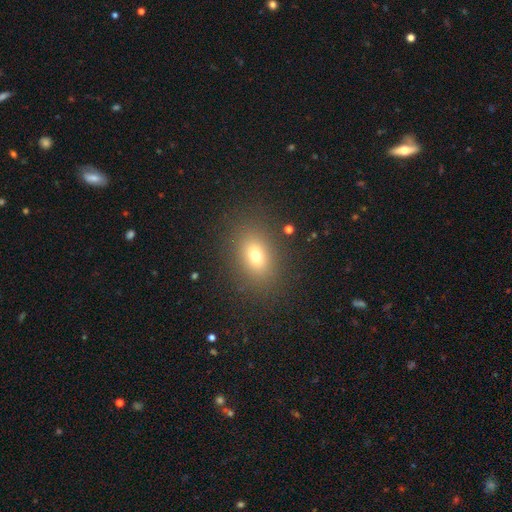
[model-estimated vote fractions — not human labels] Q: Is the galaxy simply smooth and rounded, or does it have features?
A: smooth — 71%.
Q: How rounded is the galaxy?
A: in between — 68%.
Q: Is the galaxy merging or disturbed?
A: none — 85%.